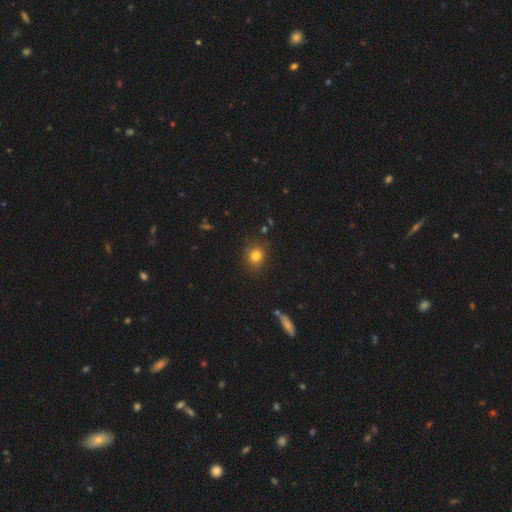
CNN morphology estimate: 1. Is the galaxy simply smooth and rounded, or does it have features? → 81% smooth, 12% star or artifact, 7% featured or disk.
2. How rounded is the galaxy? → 80% round, 19% in between, 1% cigar-shaped.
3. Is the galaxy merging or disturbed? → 82% none, 12% minor disturbance, 3% major disturbance, 2% merger.